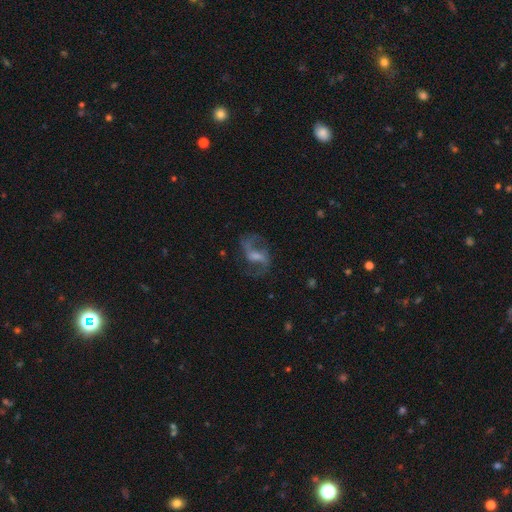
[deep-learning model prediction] Smooth or featured?
  - featured or disk: 83% *
  - smooth: 9%
  - star or artifact: 8%
Edge-on disk?
  - no: 97% *
  - yes: 3%
Bar?
  - weak: 49% *
  - strong: 32%
  - no: 20%
Spiral arms?
  - yes: 94% *
  - no: 6%
Spiral winding?
  - loose: 55% *
  - medium: 38%
  - tight: 7%
Spiral arm count?
  - 2: 90% *
  - can't tell: 3%
  - 1: 3%
  - 3: 2%
  - 4: 1%
  - more than 4: 1%
Bulge size?
  - small: 39% *
  - moderate: 35%
  - none: 18%
  - large: 7%
  - dominant: 1%
Merging?
  - none: 71% *
  - minor disturbance: 15%
  - major disturbance: 12%
  - merger: 2%